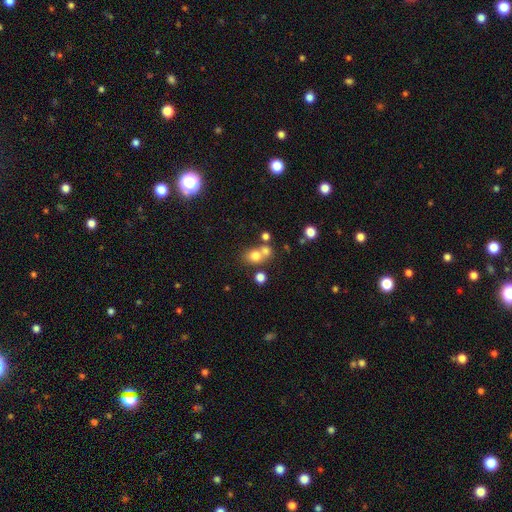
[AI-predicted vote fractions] Overall: smooth (73%). How rounded: round (64%; in between 35%). Merging: none (44%; merger 42%).